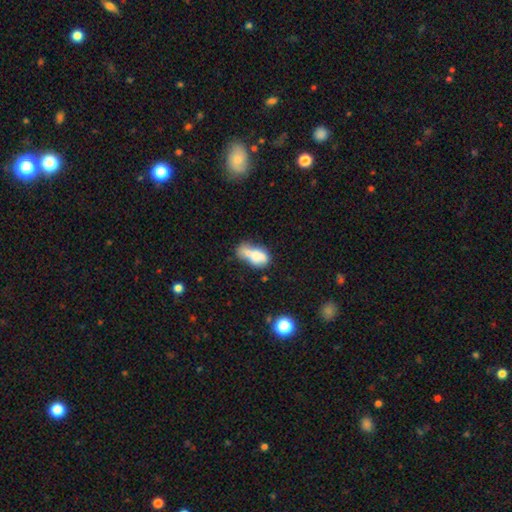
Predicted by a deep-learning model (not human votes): Q: Smooth or featured?
A: smooth (62%); runner-up: featured or disk (29%)
Q: How rounded?
A: in between (82%); runner-up: round (12%)
Q: Merging?
A: merger (50%); runner-up: none (21%)